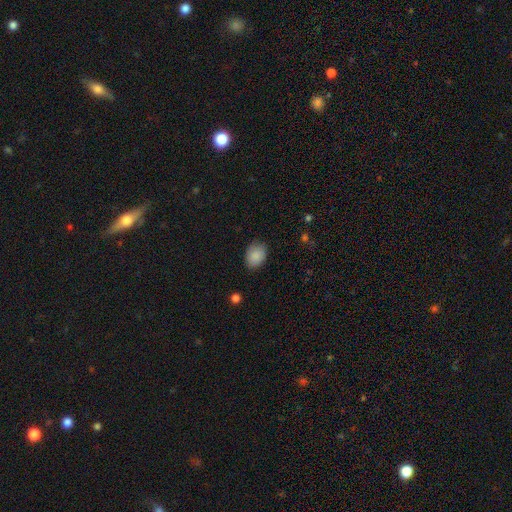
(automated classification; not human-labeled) A smooth galaxy with no disk features (88%) that is in between round and cigar-shaped (68%).

Vote fractions:
- Smooth or featured? smooth: 88% / star or artifact: 7% / featured or disk: 5%
- How rounded? in between: 68% / round: 31% / cigar-shaped: 1%
- Merging? none: 80% / minor disturbance: 16% / major disturbance: 3% / merger: 1%